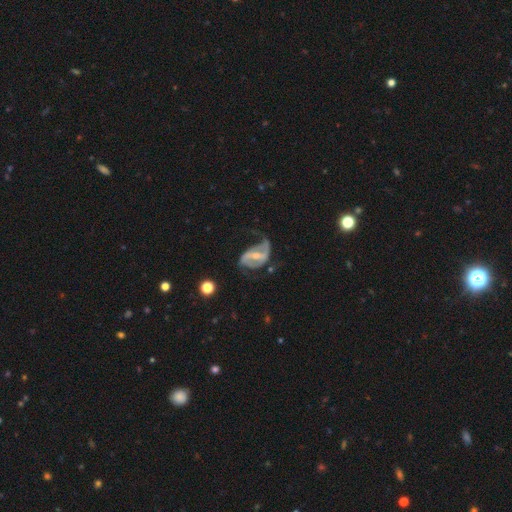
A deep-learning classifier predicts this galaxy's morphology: smooth-or-featured: featured or disk: 79% | smooth: 16% | star or artifact: 6%
  disk-edge-on: no: 95% | yes: 5%
    bar: strong: 53% | weak: 34% | no: 13%
    has-spiral-arms: yes: 82% | no: 18%
      spiral-winding: loose: 42% | medium: 40% | tight: 19%
      spiral-arm-count: 2: 74% | 1: 13% | can't tell: 9% | 3: 2% | 4: 1% | more than 4: 1%
    bulge-size: moderate: 47% | small: 46% | none: 4% | large: 2% | dominant: 1%
  merging: none: 38% | major disturbance: 31% | minor disturbance: 28% | merger: 3%